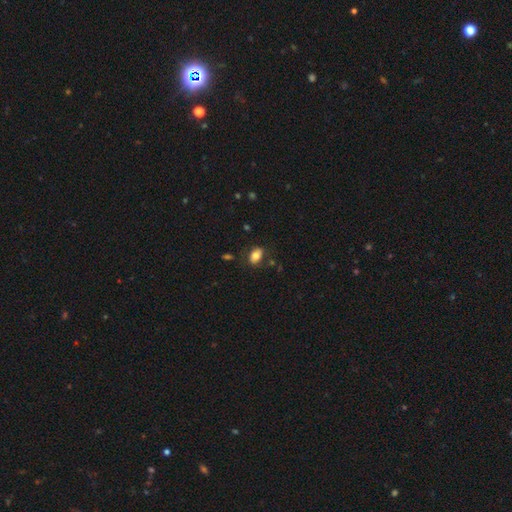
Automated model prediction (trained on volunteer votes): Morphology: type=smooth (77%); roundness=in between (84%); merging=none (74%).